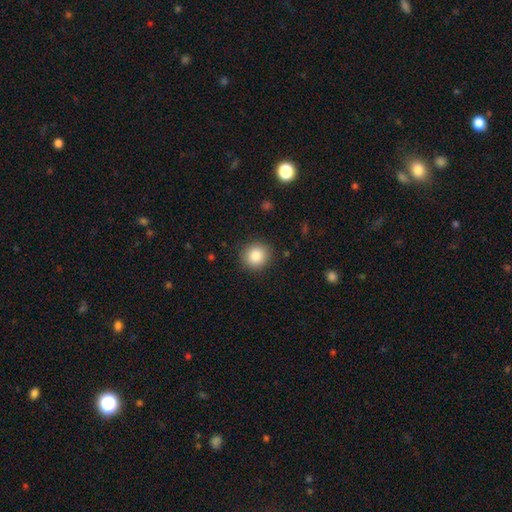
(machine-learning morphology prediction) smooth 86%, star or artifact 9%, featured or disk 5%. Down the decision tree: how rounded — round (88%); merging — none (89%).